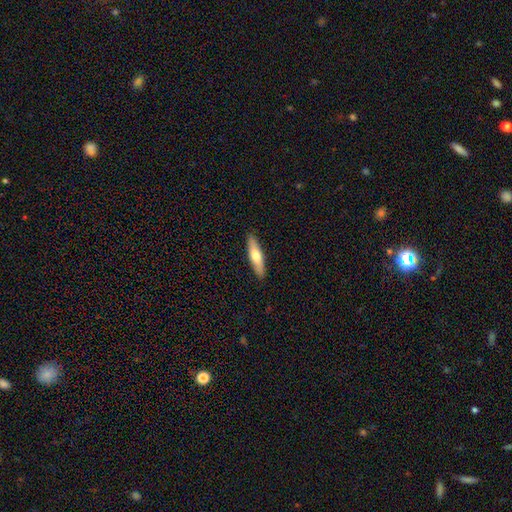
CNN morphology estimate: A smooth galaxy with no disk features (61%) that is cigar-shaped (72%). Merging: none (90%).